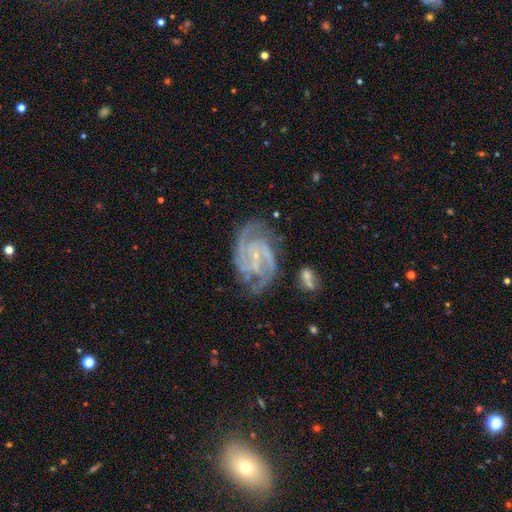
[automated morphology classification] A featured or disk galaxy (90%) with a weak bar (42%), 2 (39%) tight (53%) spiral arms (98%) and a small central bulge (80%). Merging: none (70%).